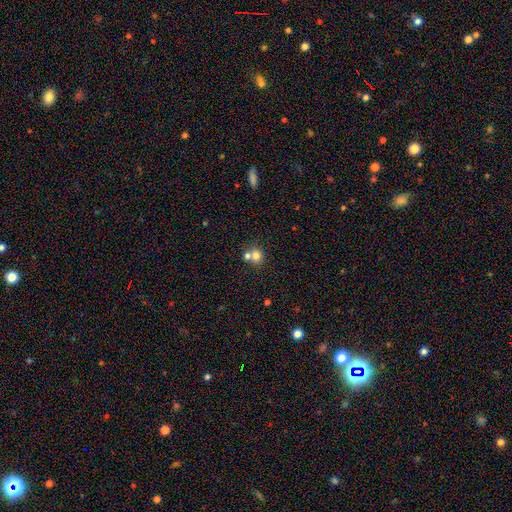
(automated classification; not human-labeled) Q: Smooth or featured?
A: smooth (75%); runner-up: star or artifact (12%)
Q: How rounded?
A: round (83%); runner-up: in between (16%)
Q: Merging?
A: merger (47%); runner-up: none (43%)